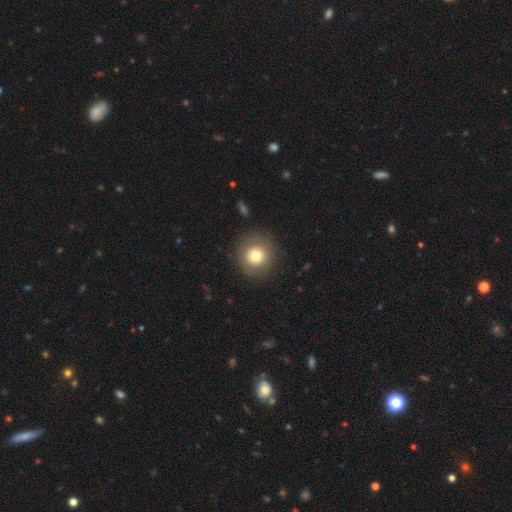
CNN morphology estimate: A smooth galaxy with no disk features (74%) that is round (93%).

Vote fractions:
- Smooth or featured? smooth: 74% / featured or disk: 15% / star or artifact: 10%
- How rounded? round: 93% / in between: 6% / cigar-shaped: 1%
- Merging? none: 87% / minor disturbance: 8% / major disturbance: 3% / merger: 1%